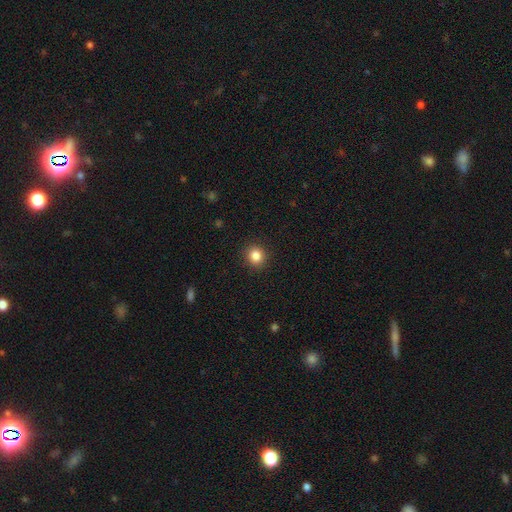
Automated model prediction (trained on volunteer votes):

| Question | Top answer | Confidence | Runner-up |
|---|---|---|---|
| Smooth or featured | smooth | 85% | star or artifact (11%) |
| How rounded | round | 86% | in between (13%) |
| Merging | none | 91% | minor disturbance (6%) |